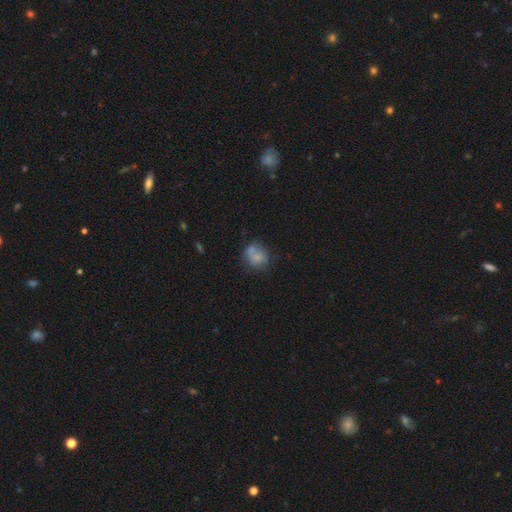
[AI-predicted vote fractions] Overall: smooth (70%). How rounded: round (69%; in between 30%). Merging: none (44%; merger 26%).